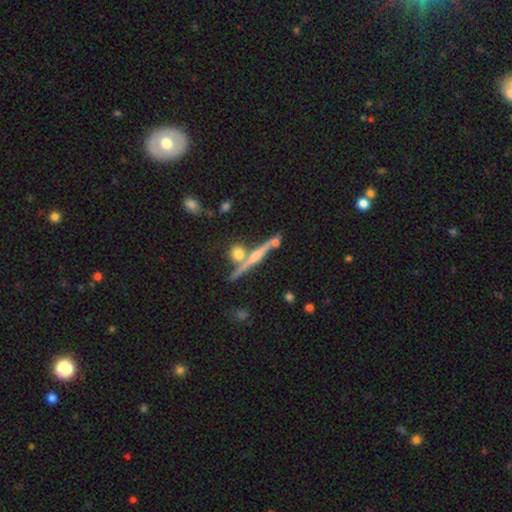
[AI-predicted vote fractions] A featured or disk galaxy (65%) viewed edge-on (95%) with a rounded central bulge (59%).

Vote fractions:
- Smooth or featured? featured or disk: 65% / smooth: 26% / star or artifact: 9%
- Edge-on disk? yes: 95% / no: 5%
- Edge-on bulge? rounded: 59% / none: 29% / boxy: 12%
- Merging? none: 72% / merger: 16% / minor disturbance: 9% / major disturbance: 3%